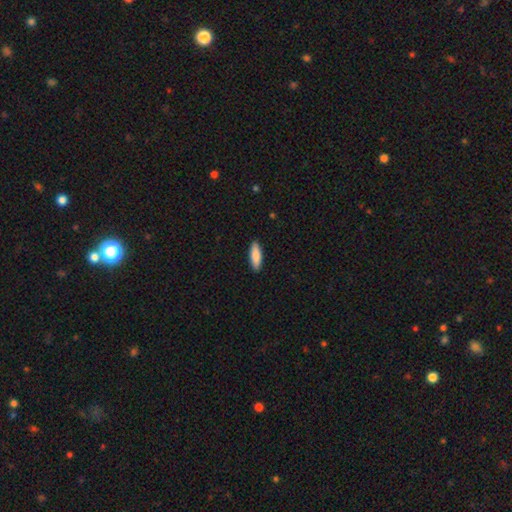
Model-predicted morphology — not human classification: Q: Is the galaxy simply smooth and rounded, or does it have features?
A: smooth — 86%.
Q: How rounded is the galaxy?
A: in between — 55%.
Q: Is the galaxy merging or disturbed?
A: none — 91%.